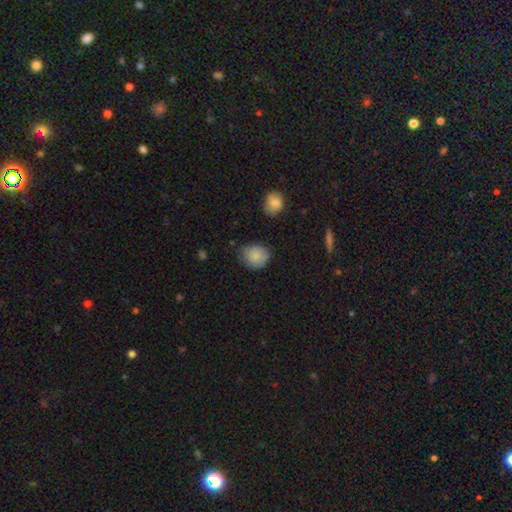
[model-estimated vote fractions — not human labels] Smooth or featured?
  - smooth: 85% *
  - featured or disk: 8%
  - star or artifact: 7%
How rounded?
  - round: 76% *
  - in between: 24%
  - cigar-shaped: 1%
Merging?
  - none: 72% *
  - minor disturbance: 21%
  - major disturbance: 4%
  - merger: 2%